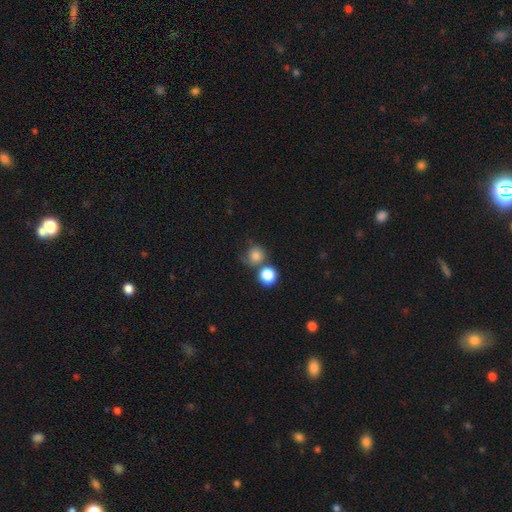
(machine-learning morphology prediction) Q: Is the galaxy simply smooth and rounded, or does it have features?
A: smooth — 78%.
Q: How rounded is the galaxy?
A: round — 86%.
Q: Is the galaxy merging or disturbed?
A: none — 46%.